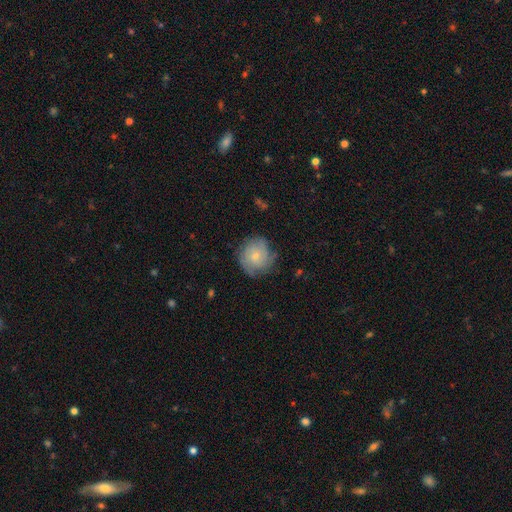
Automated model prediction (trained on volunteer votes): Q: Smooth or featured?
A: smooth (47%); runner-up: featured or disk (45%)
Q: Merging?
A: none (71%); runner-up: minor disturbance (21%)